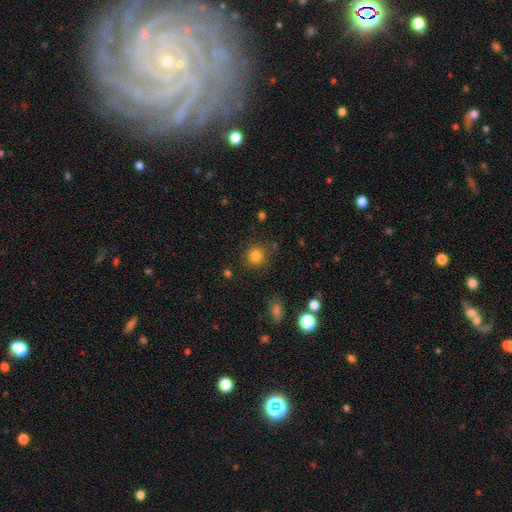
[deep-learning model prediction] Smooth or featured? smooth (83%)
How rounded? round (90%)
Merging? none (85%)